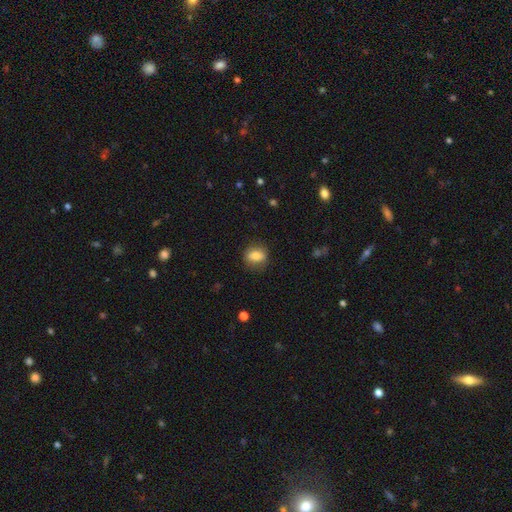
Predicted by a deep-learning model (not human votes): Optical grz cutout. It shows a smooth galaxy with no disk features (79%) that is in between round and cigar-shaped (53%). Merging: none (81%).